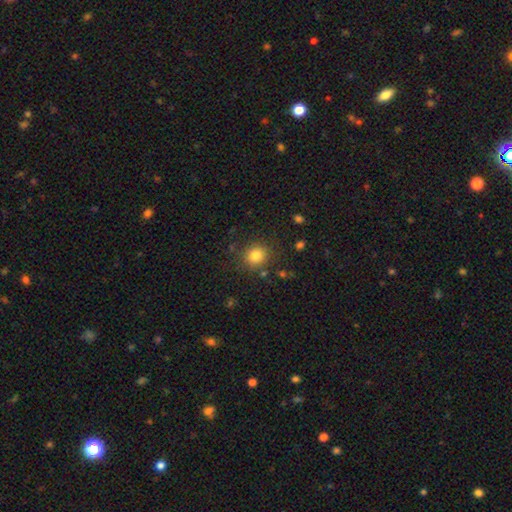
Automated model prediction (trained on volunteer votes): smooth 81%, star or artifact 12%, featured or disk 6%. Down the decision tree: how rounded — round (84%); merging — none (85%).